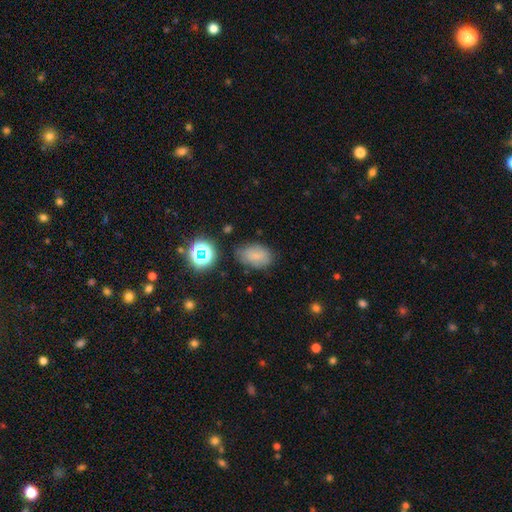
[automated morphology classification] Smooth or featured: smooth — 72% (star or artifact — 17%)
How rounded: in between — 83% (round — 16%)
Merging: none — 69% (minor disturbance — 21%)